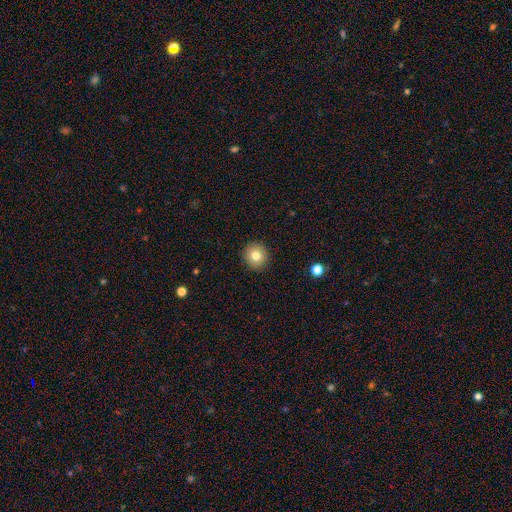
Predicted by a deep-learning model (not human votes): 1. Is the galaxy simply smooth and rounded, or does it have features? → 80% smooth, 10% star or artifact, 10% featured or disk.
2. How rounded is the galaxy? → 92% round, 7% in between, 1% cigar-shaped.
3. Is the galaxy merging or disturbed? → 92% none, 5% minor disturbance, 2% major disturbance, 1% merger.